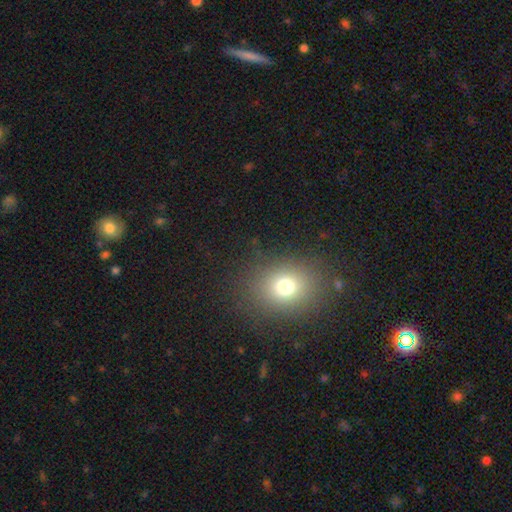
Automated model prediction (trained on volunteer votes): A smooth galaxy with no disk features (71%) that is round (57%). Merging: none (88%).